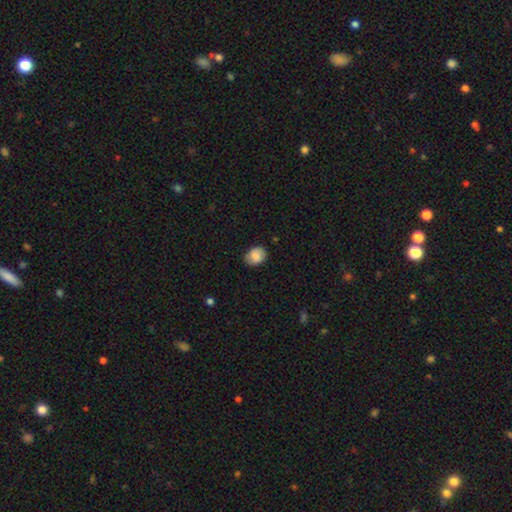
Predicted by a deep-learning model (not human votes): Morphology: type=smooth (82%); roundness=in between (54%); merging=none (81%).